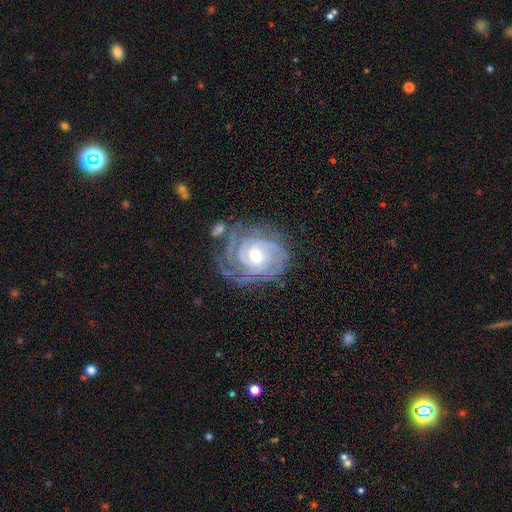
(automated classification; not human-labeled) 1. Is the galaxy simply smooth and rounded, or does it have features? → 89% featured or disk, 6% smooth, 5% star or artifact.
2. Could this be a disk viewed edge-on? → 97% no, 3% yes.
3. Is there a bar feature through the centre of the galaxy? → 55% no, 35% weak, 10% strong.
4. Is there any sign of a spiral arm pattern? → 97% yes, 3% no.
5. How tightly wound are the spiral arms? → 76% tight, 21% medium, 4% loose.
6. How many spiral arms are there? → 28% can't tell, 27% 3, 16% 4, 16% 2, 7% more than 4, 6% 1.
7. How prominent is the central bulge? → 72% moderate, 19% small, 7% large, 1% none, 1% dominant.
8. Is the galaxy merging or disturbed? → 67% none, 20% minor disturbance, 10% major disturbance, 3% merger.